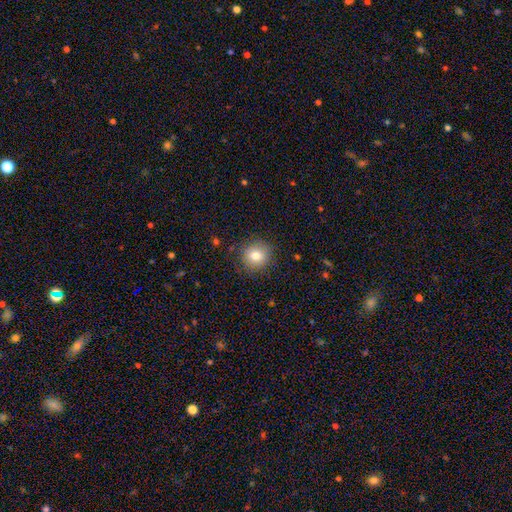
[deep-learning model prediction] Smooth or featured: smooth — 80% (star or artifact — 11%)
How rounded: round — 89% (in between — 10%)
Merging: none — 86% (minor disturbance — 10%)